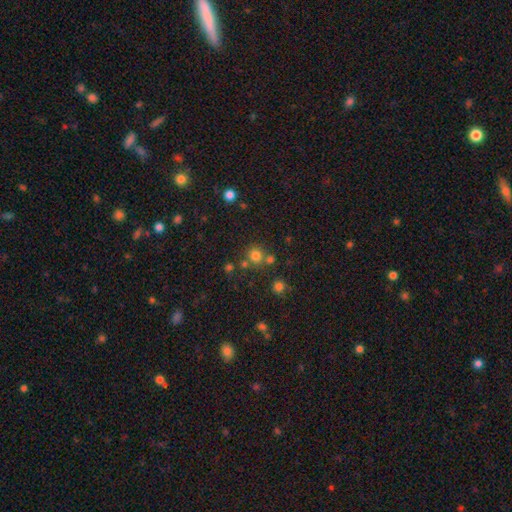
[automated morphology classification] Smooth or featured? Predicted: smooth (p=0.75). How rounded? Predicted: round (p=0.90). Merging? Predicted: none (p=0.71).